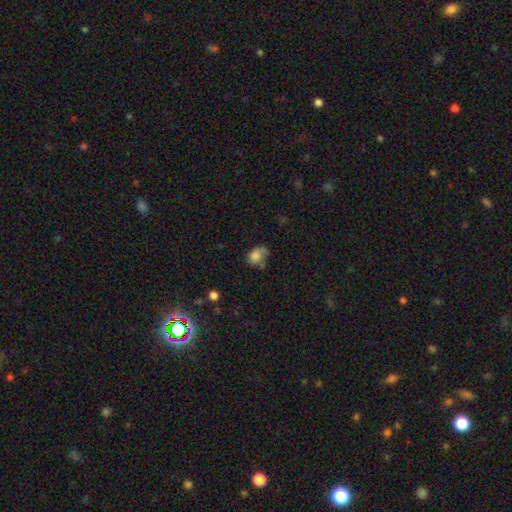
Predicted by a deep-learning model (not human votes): This is likely a smooth galaxy (77%). How rounded: likely in between (73%). Merging: marginally none (39%).